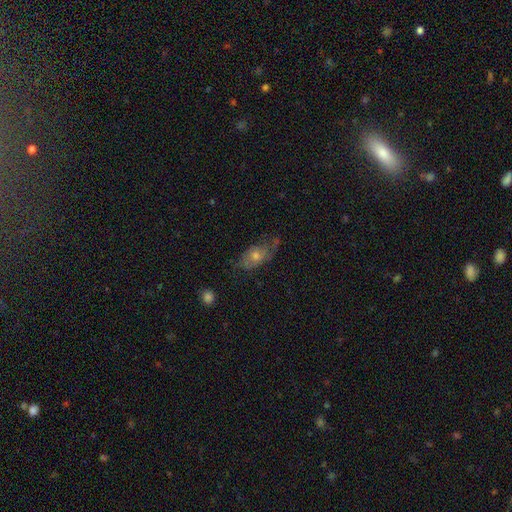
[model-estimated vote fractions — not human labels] Smooth or featured?
  - featured or disk: 48% *
  - smooth: 40%
  - star or artifact: 12%
Merging?
  - none: 56% *
  - minor disturbance: 27%
  - major disturbance: 14%
  - merger: 3%